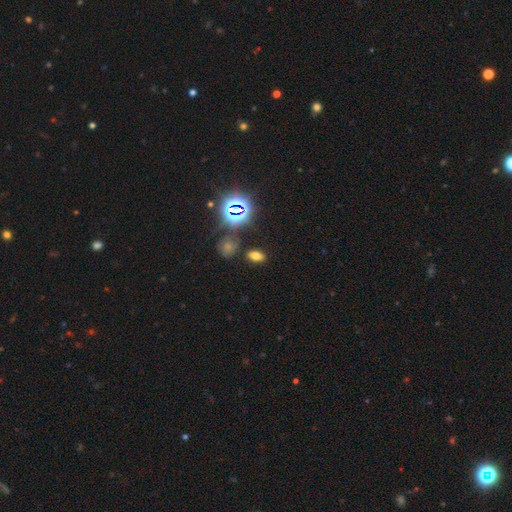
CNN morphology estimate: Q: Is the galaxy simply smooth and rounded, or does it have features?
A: smooth — 63%.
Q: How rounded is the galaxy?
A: in between — 84%.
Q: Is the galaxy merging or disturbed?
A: none — 83%.